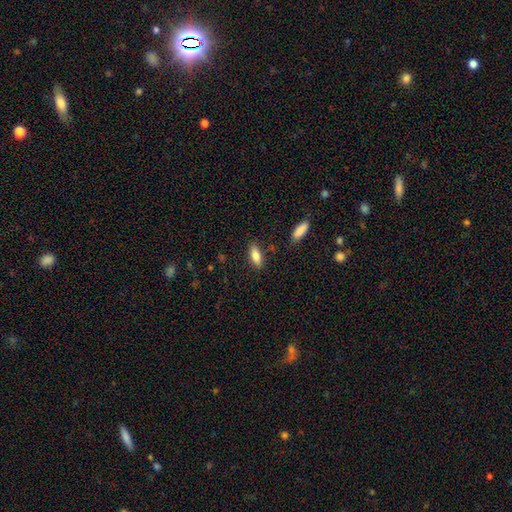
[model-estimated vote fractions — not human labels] The model was most divided on "how rounded": in between: 77%, cigar-shaped: 21%, round: 2%. More confident: merging — none (84%); smooth or featured — smooth (82%).